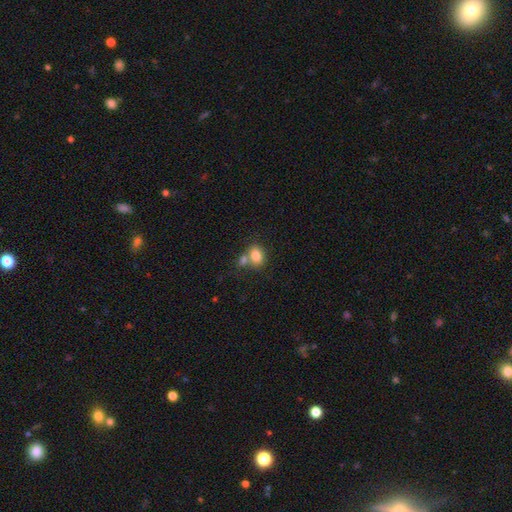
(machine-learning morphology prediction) This is clearly a smooth galaxy (81%). How rounded: likely in between (65%). Merging: possibly none (46%).